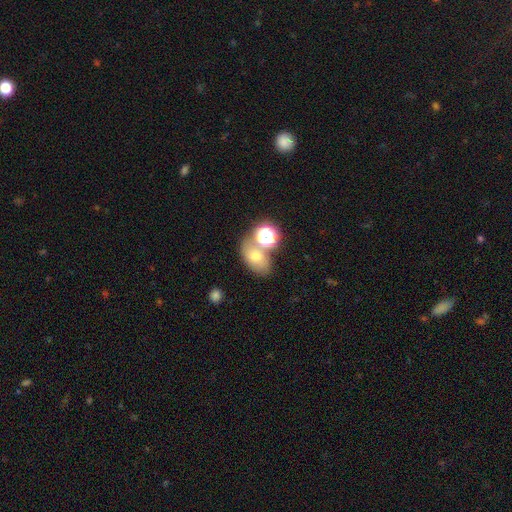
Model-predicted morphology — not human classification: Smooth or featured: smooth — 62% (star or artifact — 20%)
How rounded: in between — 72% (round — 26%)
Merging: none — 54% (merger — 27%)